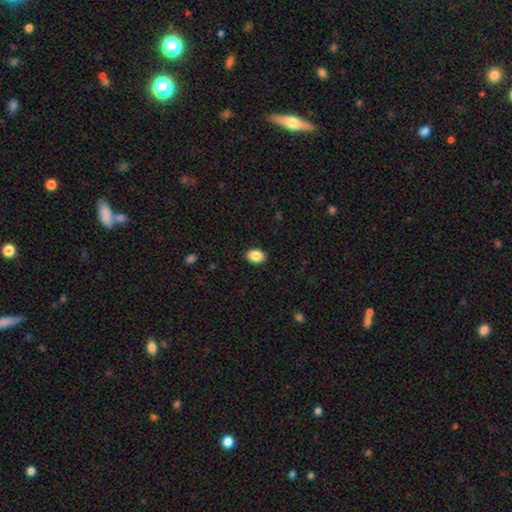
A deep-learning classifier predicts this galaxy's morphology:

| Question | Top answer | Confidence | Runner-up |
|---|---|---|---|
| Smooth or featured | smooth | 88% | star or artifact (8%) |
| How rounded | in between | 74% | round (25%) |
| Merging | none | 90% | minor disturbance (7%) |